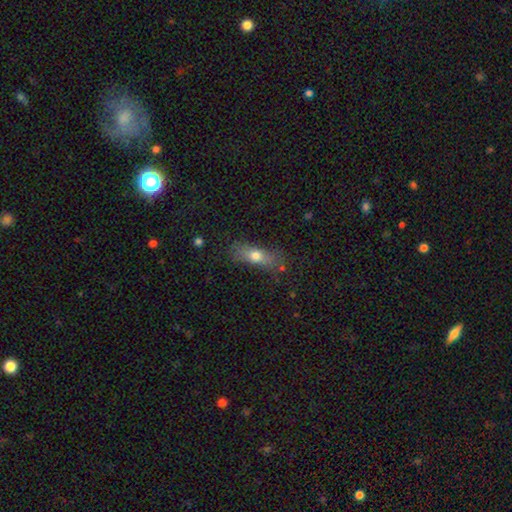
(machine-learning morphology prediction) This appears to be a smooth galaxy with no disk features (67%) that is in between round and cigar-shaped (55%). Merging: none (67%).